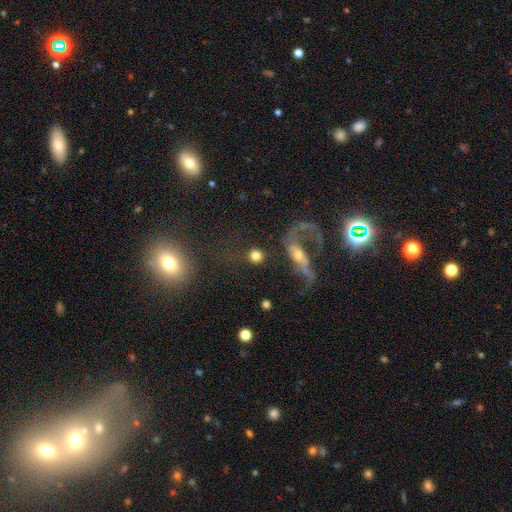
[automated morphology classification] This appears to be a smooth galaxy with no disk features (76%) that is round (89%). Merging: none (69%).